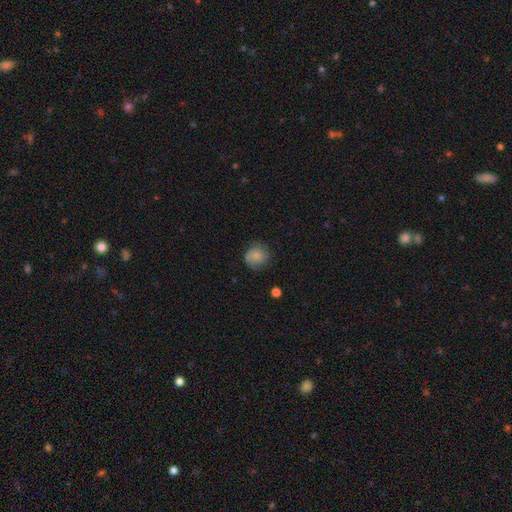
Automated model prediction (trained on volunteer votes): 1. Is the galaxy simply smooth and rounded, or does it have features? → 73% smooth, 19% featured or disk, 8% star or artifact.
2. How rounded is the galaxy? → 85% round, 14% in between, 1% cigar-shaped.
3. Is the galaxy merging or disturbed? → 71% none, 22% minor disturbance, 6% major disturbance, 1% merger.